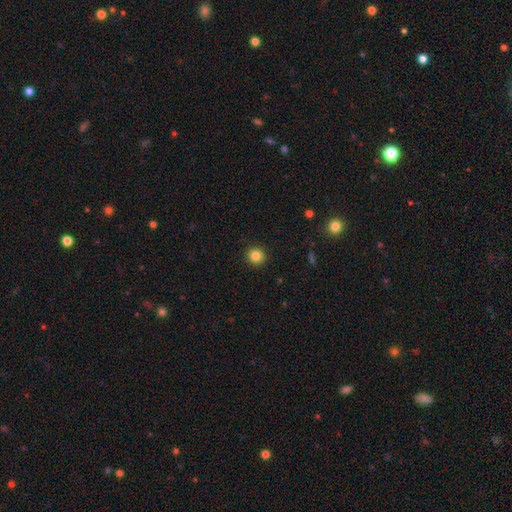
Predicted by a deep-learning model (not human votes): This is clearly a smooth galaxy (84%). How rounded: clearly round (93%). Merging: clearly none (92%).